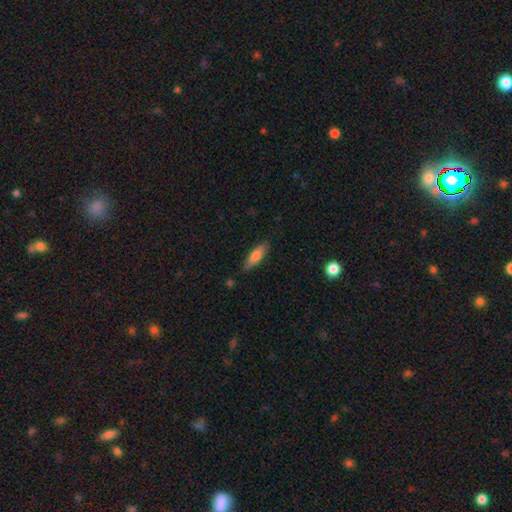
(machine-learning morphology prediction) This appears to be a smooth galaxy with no disk features (75%) that is cigar-shaped (53%). Merging: none (84%).